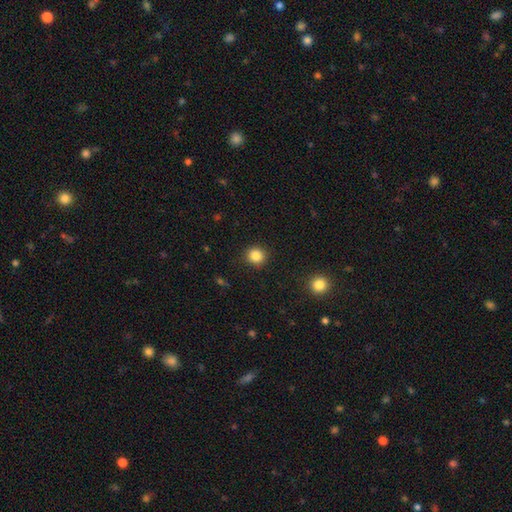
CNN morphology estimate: Smooth or featured? Predicted: smooth (p=0.85). How rounded? Predicted: round (p=0.88). Merging? Predicted: none (p=0.90).